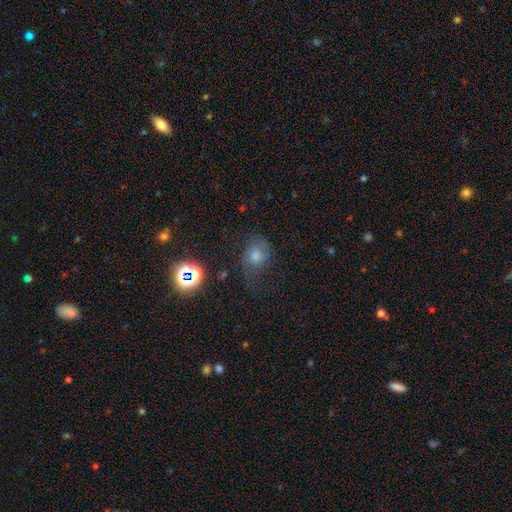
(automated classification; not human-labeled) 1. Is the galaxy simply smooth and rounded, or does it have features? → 43% smooth, 34% featured or disk, 24% star or artifact.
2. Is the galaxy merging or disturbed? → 48% none, 25% minor disturbance, 25% major disturbance, 3% merger.